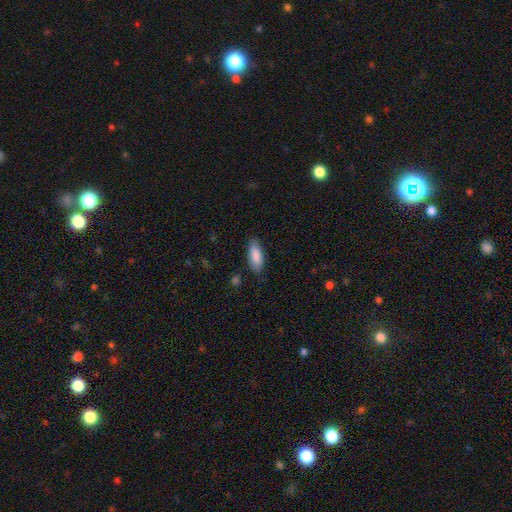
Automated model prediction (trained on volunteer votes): Morphology: type=smooth (87%); roundness=in between (75%); merging=none (83%).